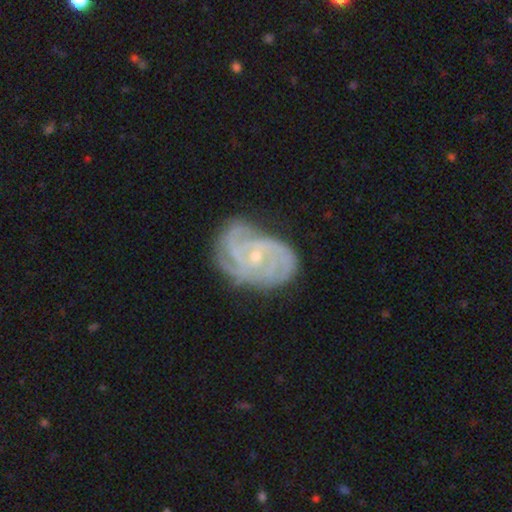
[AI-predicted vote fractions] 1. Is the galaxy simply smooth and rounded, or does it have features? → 87% featured or disk, 7% smooth, 6% star or artifact.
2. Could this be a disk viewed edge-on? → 98% no, 2% yes.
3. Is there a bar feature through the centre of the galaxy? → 67% no, 27% weak, 6% strong.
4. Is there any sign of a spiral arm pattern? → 97% yes, 3% no.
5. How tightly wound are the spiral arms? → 63% tight, 31% medium, 6% loose.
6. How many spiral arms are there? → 29% 3, 26% 4, 19% can't tell, 12% 2, 8% more than 4, 6% 1.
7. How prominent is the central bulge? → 72% small, 25% moderate, 1% none, 1% large, 1% dominant.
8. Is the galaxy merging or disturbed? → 64% none, 24% minor disturbance, 10% major disturbance, 2% merger.